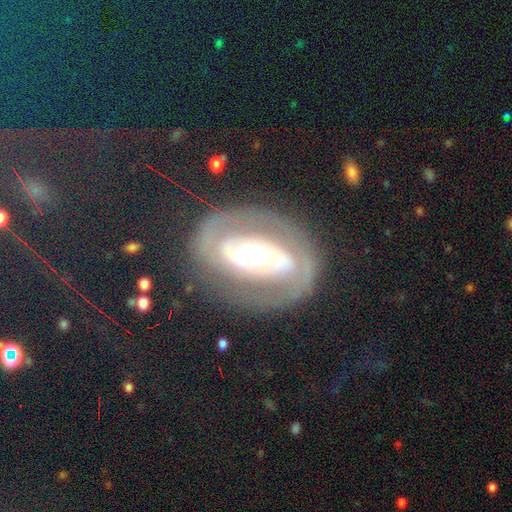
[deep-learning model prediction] This appears to be a featured or disk galaxy (79%) with no bar (41%), spiral arms (65%) and a moderate central bulge (58%). Merging: none (74%).